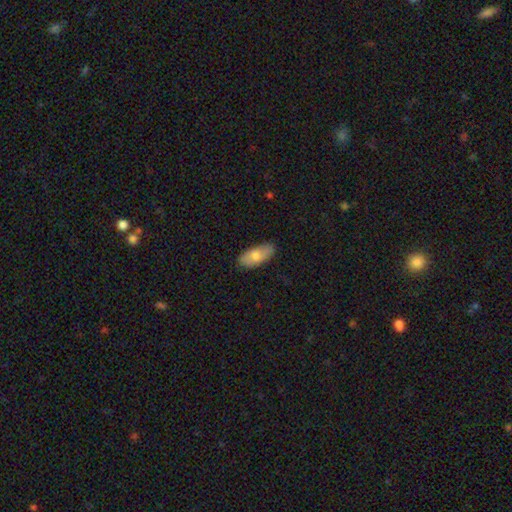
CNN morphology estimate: smooth_or_featured: smooth (p=0.75) [alt: featured or disk p=0.19]
how_rounded: in between (p=0.88) [alt: cigar-shaped p=0.09]
merging: none (p=0.79) [alt: minor disturbance p=0.17]